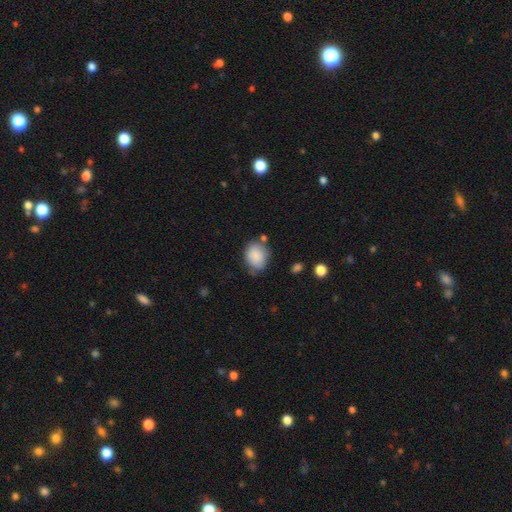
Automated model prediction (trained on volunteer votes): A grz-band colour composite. It shows a smooth galaxy with no disk features (87%) that is in between round and cigar-shaped (57%). Merging: none (64%).